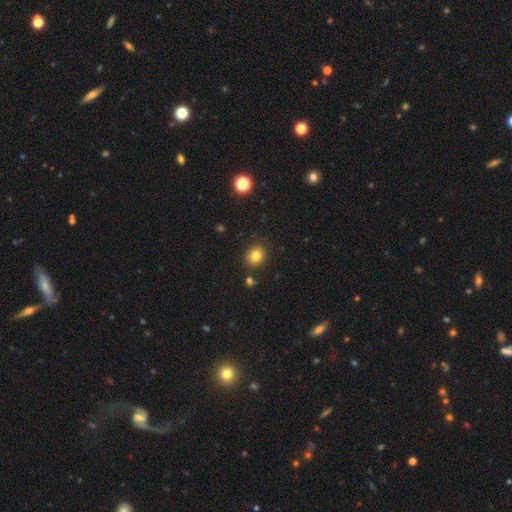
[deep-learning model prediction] Q: Smooth or featured?
A: smooth (82%); runner-up: star or artifact (12%)
Q: How rounded?
A: round (77%); runner-up: in between (22%)
Q: Merging?
A: none (86%); runner-up: minor disturbance (8%)